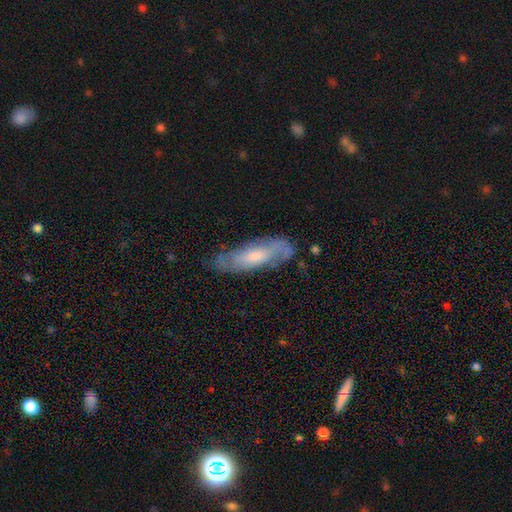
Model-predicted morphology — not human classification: This appears to be a featured or disk galaxy (56%). Merging: none (70%).